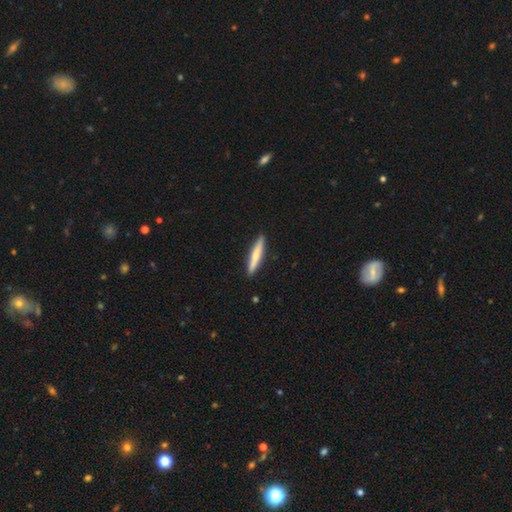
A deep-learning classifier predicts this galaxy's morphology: type=smooth (65%); roundness=cigar-shaped (93%); merging=none (91%).